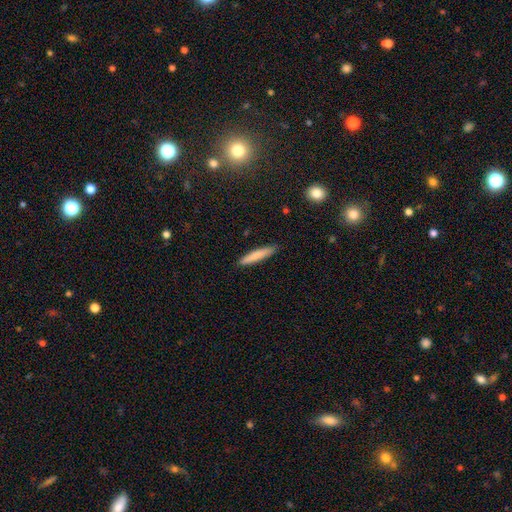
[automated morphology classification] The model was most divided on "smooth or featured": smooth: 78%, featured or disk: 16%, star or artifact: 6%. More confident: how rounded — cigar-shaped (92%); merging — none (88%).